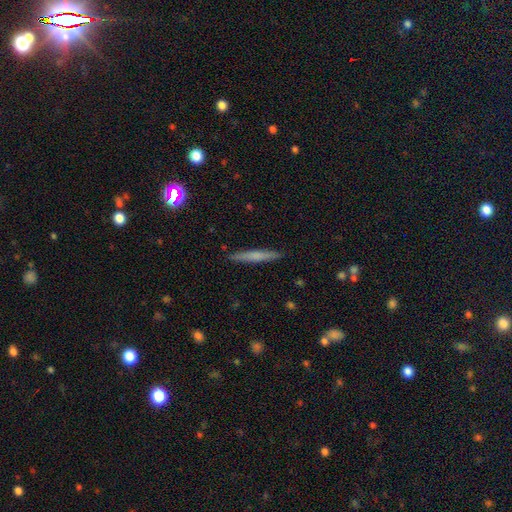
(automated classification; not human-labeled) smooth_or_featured: smooth (p=0.59) [alt: featured or disk p=0.34]
how_rounded: cigar-shaped (p=0.95) [alt: in between p=0.04]
merging: none (p=0.90) [alt: minor disturbance p=0.07]